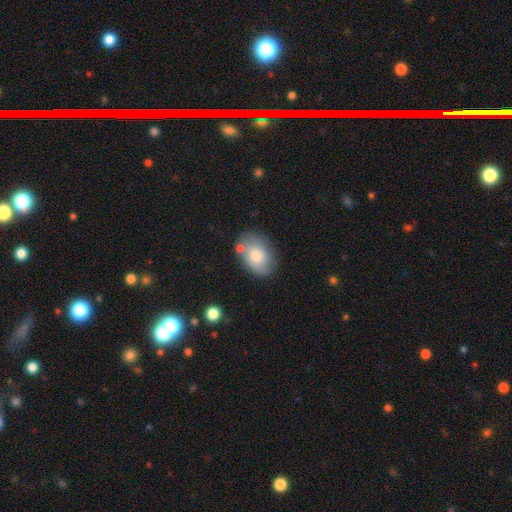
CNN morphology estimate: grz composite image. It shows a smooth galaxy with no disk features (68%) that is in between round and cigar-shaped (84%). Merging: none (65%).